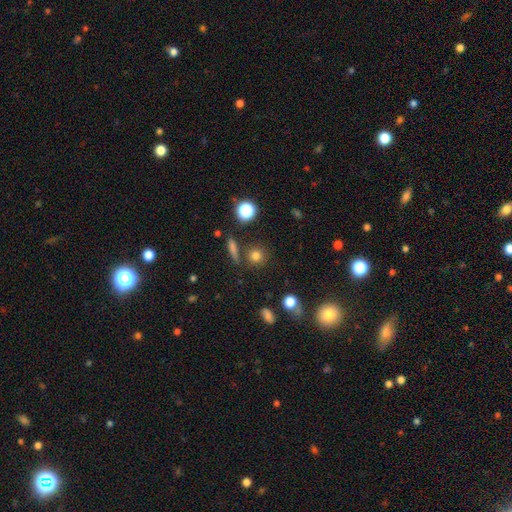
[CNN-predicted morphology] Overall: smooth (77%). How rounded: round (88%). Merging: none (80%).